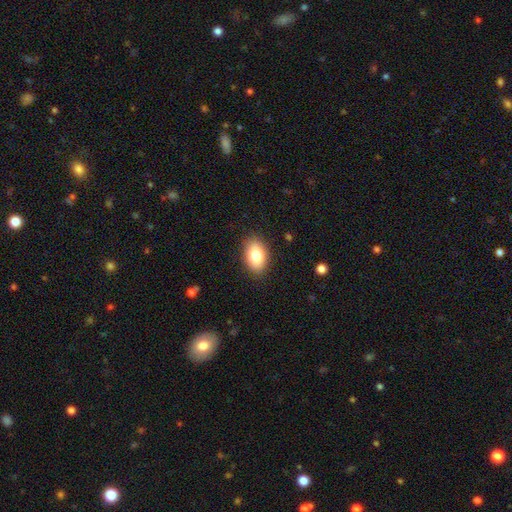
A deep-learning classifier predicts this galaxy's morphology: type=smooth (83%); roundness=in between (90%); merging=none (87%).